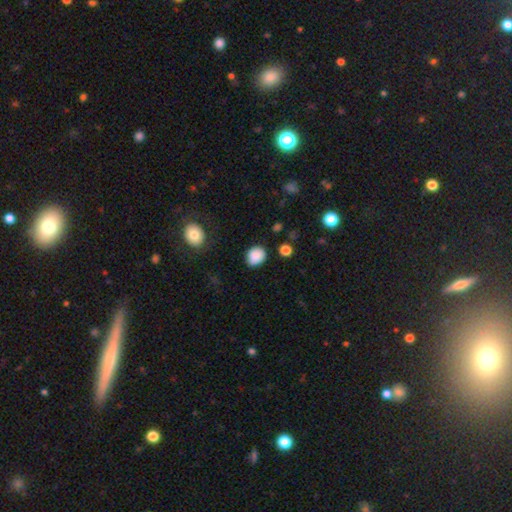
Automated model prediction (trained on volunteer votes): smooth 87%, star or artifact 8%, featured or disk 5%. Down the decision tree: how rounded — round (60%); merging — none (78%).